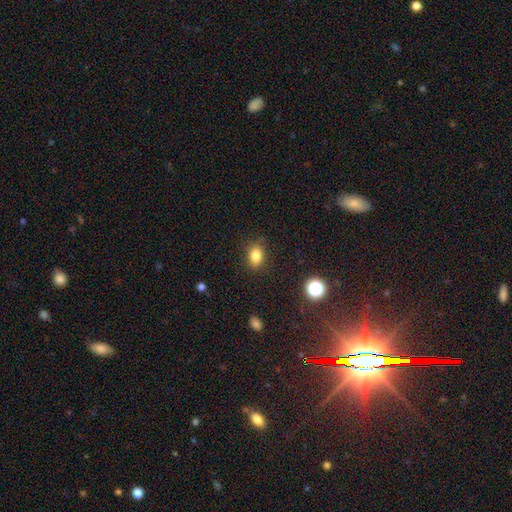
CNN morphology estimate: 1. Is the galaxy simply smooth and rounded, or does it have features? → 83% smooth, 11% star or artifact, 6% featured or disk.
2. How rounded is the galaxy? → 76% in between, 22% round, 1% cigar-shaped.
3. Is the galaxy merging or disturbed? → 84% none, 11% minor disturbance, 3% major disturbance, 1% merger.